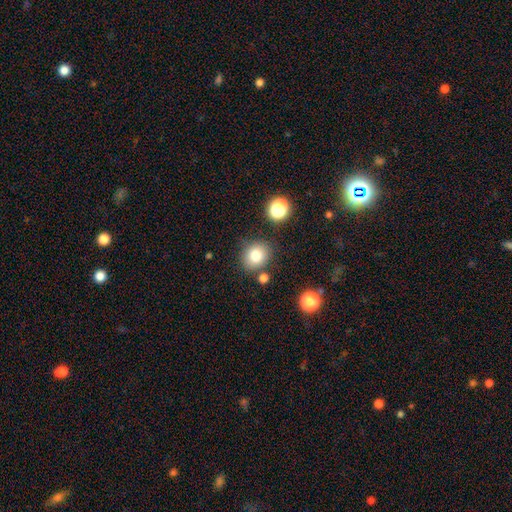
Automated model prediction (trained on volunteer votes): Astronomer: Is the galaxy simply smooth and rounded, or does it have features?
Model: smooth — 79%.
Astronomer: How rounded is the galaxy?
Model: round — 70%.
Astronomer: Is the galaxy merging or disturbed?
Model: none — 79%.